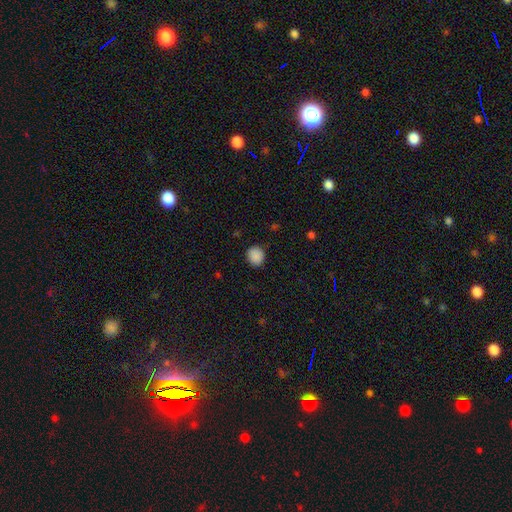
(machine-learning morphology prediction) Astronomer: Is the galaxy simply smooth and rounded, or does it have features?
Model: smooth — 88%.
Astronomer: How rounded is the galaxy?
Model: round — 76%.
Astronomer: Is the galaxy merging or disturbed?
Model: none — 87%.